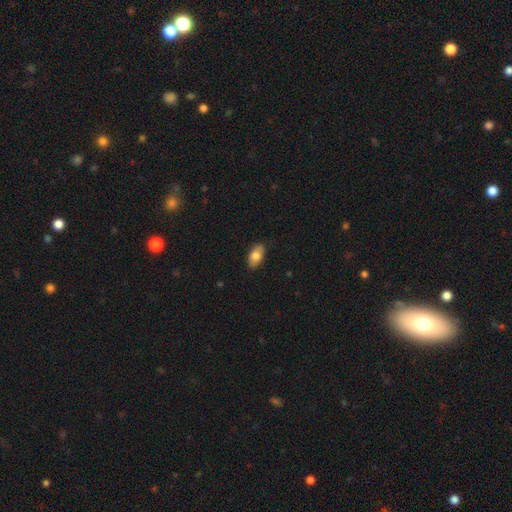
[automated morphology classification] Smooth or featured? smooth (79%)
How rounded? in between (92%)
Merging? none (86%)